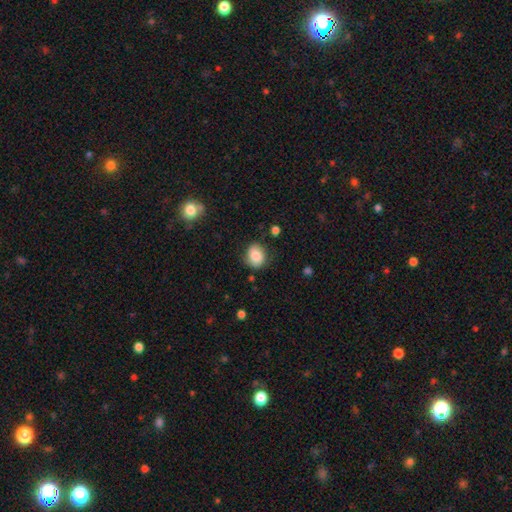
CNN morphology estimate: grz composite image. It shows a smooth galaxy with no disk features (81%) that is round (68%). Merging: none (75%).